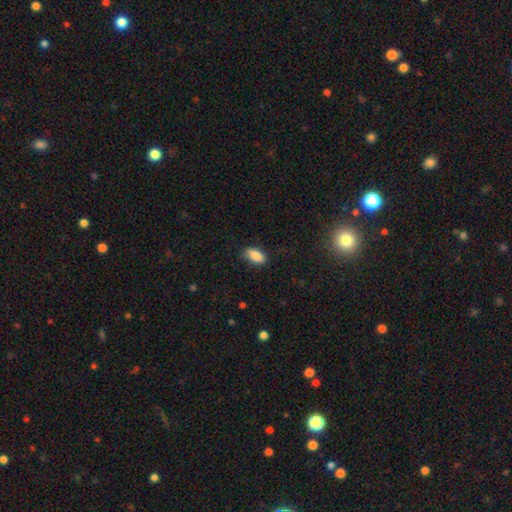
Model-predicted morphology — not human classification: Smooth or featured: smooth — 87% (star or artifact — 8%)
How rounded: in between — 90% (cigar-shaped — 7%)
Merging: none — 78% (minor disturbance — 17%)